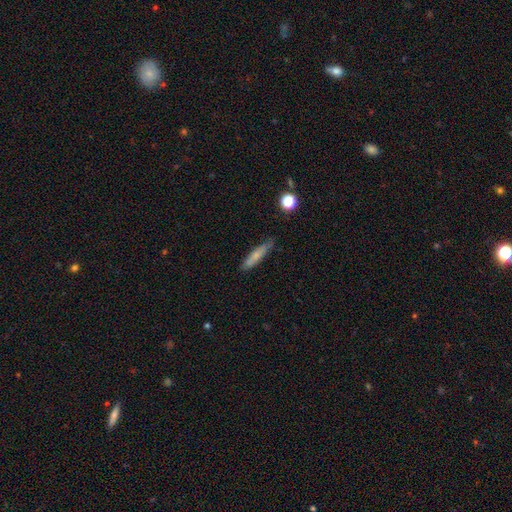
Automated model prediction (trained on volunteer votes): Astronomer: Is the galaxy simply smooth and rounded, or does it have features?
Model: smooth — 69%.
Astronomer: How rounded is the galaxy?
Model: cigar-shaped — 86%.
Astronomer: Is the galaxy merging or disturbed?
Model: none — 80%.